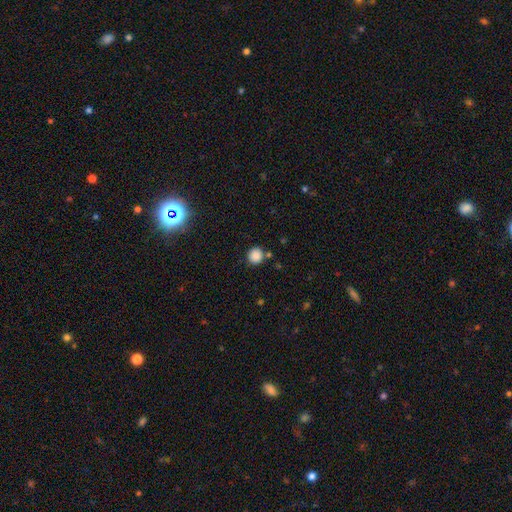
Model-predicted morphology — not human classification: smooth_or_featured: smooth (p=0.86) [alt: star or artifact p=0.10]
how_rounded: round (p=0.91) [alt: in between p=0.08]
merging: none (p=0.82) [alt: minor disturbance p=0.09]